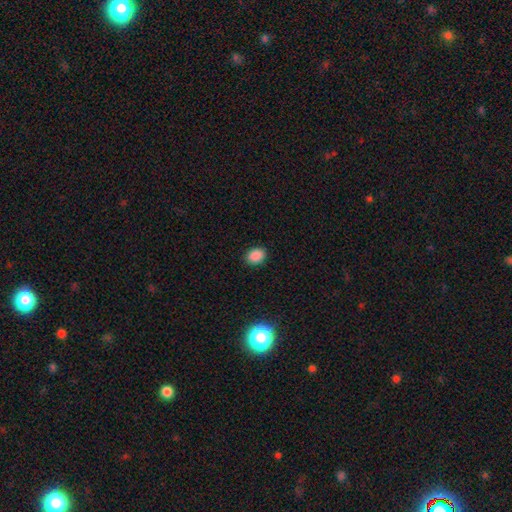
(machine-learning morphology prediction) This appears to be a smooth galaxy with no disk features (87%) that is in between round and cigar-shaped (64%). Merging: none (89%).